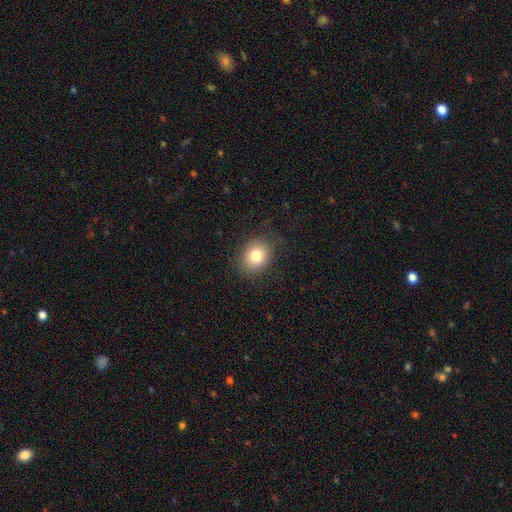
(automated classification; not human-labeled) Morphology: type=smooth (81%); roundness=round (62%); merging=none (83%).